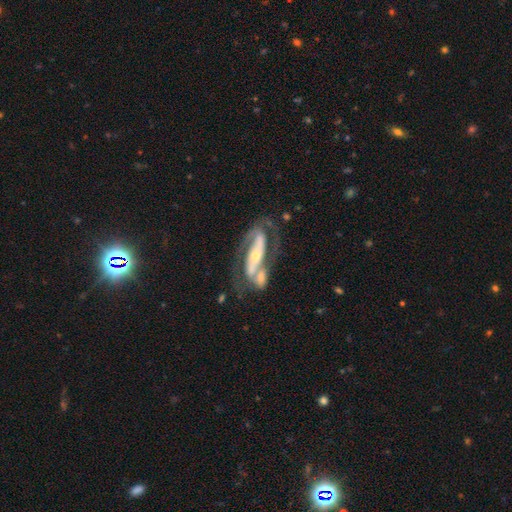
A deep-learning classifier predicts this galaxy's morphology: Overall: featured or disk (85%). Edge-on disk: no (88%). Bar: strong (52%; no 29%). Spiral arms: yes (88%). Spiral arm count: 2 (85%). Spiral winding: medium (45%; tight 32%). Bulge size: small (48%; moderate 45%). Merging: none (51%; merger 21%).